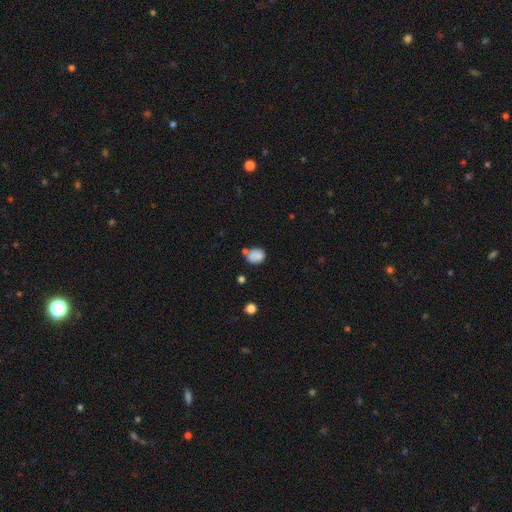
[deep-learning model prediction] This appears to be a smooth galaxy with no disk features (82%) that is in between round and cigar-shaped (52%). Merging: none (54%).